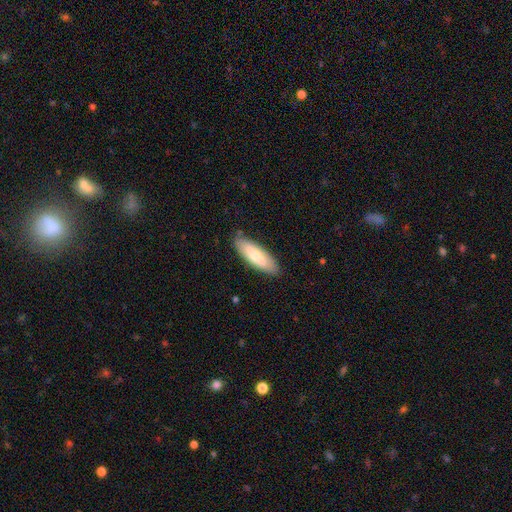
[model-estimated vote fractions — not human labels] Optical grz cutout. It shows a smooth galaxy with no disk features (70%) that is in between round and cigar-shaped (54%). Merging: none (84%).